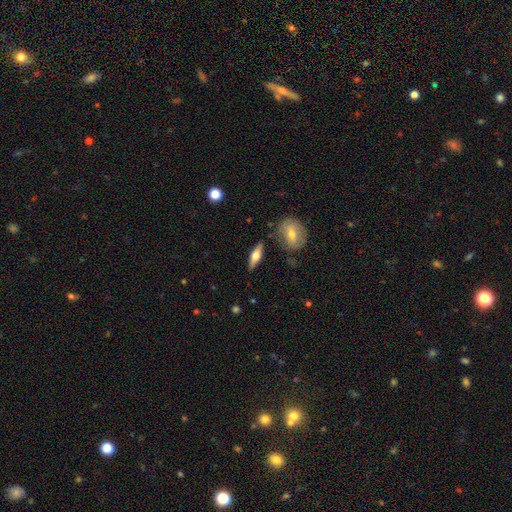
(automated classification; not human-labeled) The model was most divided on "smooth or featured": featured or disk: 51%, smooth: 43%, star or artifact: 6%. More confident: edge-on disk — yes (90%); merging — none (82%).